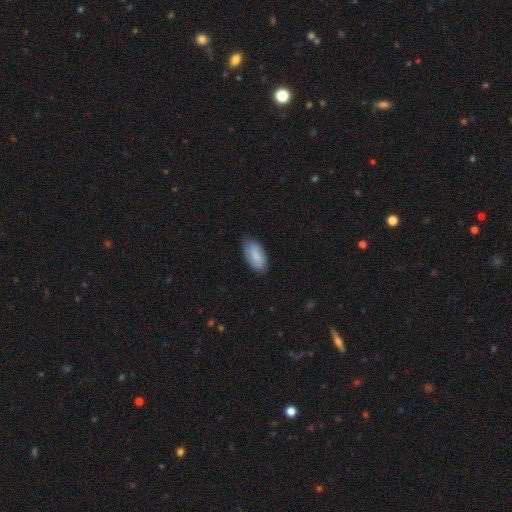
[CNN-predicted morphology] The model was most divided on "merging": none: 79%, minor disturbance: 18%, major disturbance: 3%, merger: 1%. More confident: how rounded — in between (93%); smooth or featured — smooth (84%).